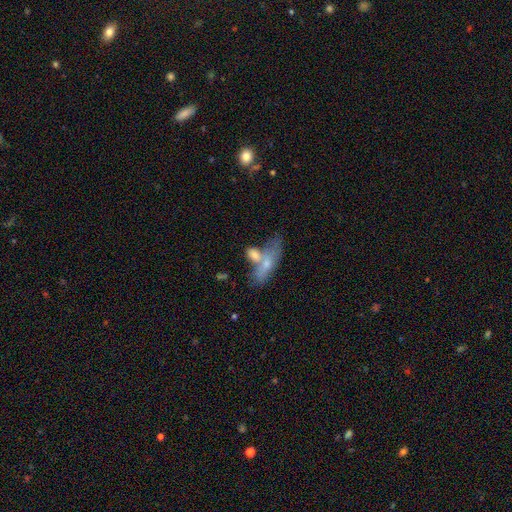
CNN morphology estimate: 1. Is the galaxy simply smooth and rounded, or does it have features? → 53% smooth, 37% featured or disk, 10% star or artifact.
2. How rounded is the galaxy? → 59% in between, 33% cigar-shaped, 8% round.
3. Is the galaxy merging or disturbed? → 41% merger, 33% none, 16% minor disturbance, 10% major disturbance.